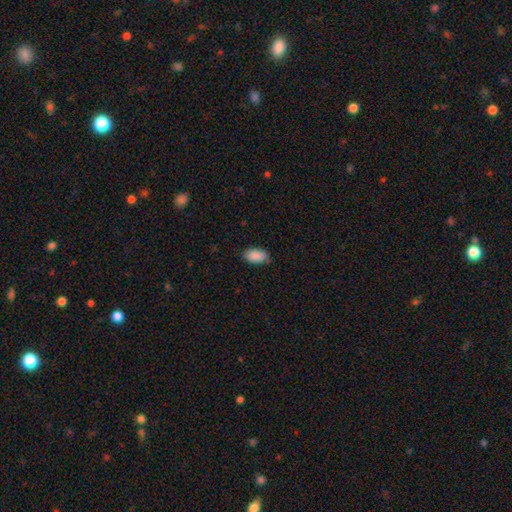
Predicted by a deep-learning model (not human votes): Smooth or featured?
  - smooth: 90% *
  - star or artifact: 6%
  - featured or disk: 3%
How rounded?
  - in between: 94% *
  - round: 4%
  - cigar-shaped: 2%
Merging?
  - none: 82% *
  - minor disturbance: 15%
  - major disturbance: 3%
  - merger: 1%